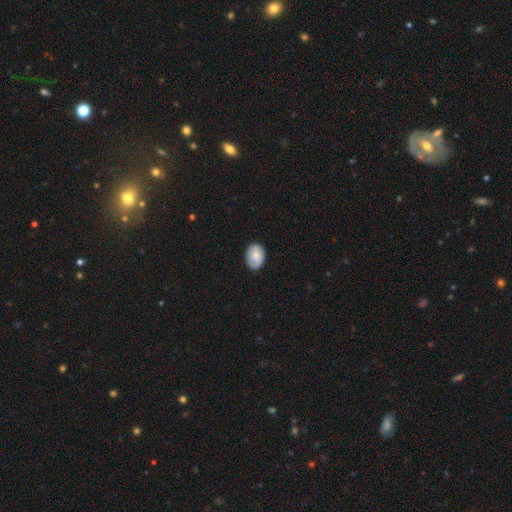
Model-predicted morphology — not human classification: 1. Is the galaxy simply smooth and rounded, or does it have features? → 74% smooth, 20% featured or disk, 7% star or artifact.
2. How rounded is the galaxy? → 75% in between, 24% round, 1% cigar-shaped.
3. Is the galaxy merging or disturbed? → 78% none, 18% minor disturbance, 3% major disturbance, 1% merger.